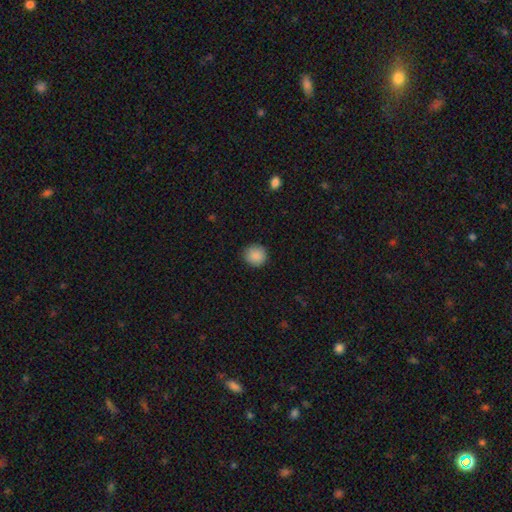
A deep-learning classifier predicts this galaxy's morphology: Smooth or featured?
  - smooth: 89% *
  - star or artifact: 8%
  - featured or disk: 3%
How rounded?
  - round: 92% *
  - in between: 7%
  - cigar-shaped: 1%
Merging?
  - none: 91% *
  - minor disturbance: 7%
  - major disturbance: 2%
  - merger: 1%